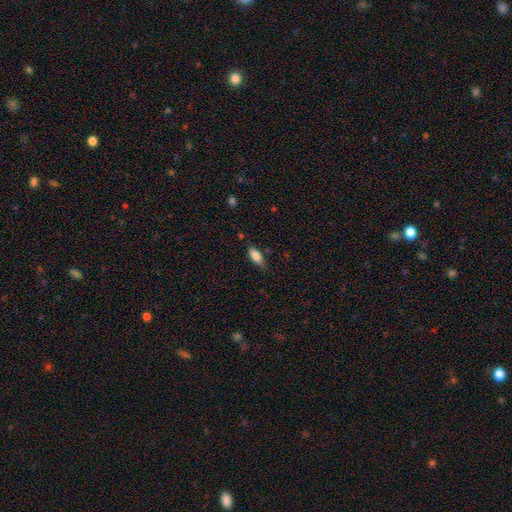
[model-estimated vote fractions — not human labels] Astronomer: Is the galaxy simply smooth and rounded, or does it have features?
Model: smooth — 81%.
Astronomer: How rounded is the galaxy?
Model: in between — 76%.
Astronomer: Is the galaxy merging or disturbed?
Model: none — 74%.